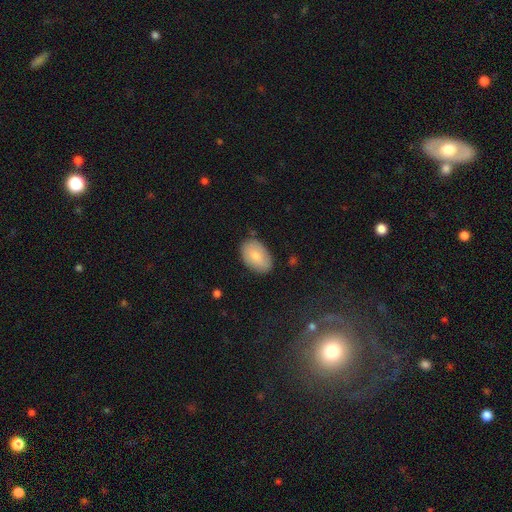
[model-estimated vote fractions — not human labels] A smooth galaxy with no disk features (79%) that is in between round and cigar-shaped (91%). Merging: none (79%).